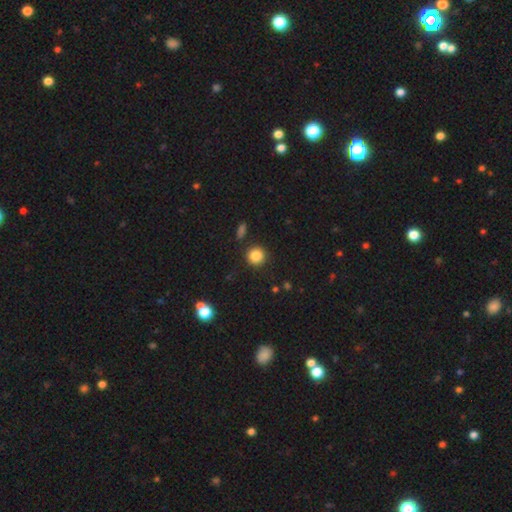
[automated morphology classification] Smooth or featured?
  - smooth: 85% *
  - star or artifact: 11%
  - featured or disk: 4%
How rounded?
  - round: 93% *
  - in between: 6%
  - cigar-shaped: 1%
Merging?
  - none: 88% *
  - minor disturbance: 7%
  - merger: 3%
  - major disturbance: 2%